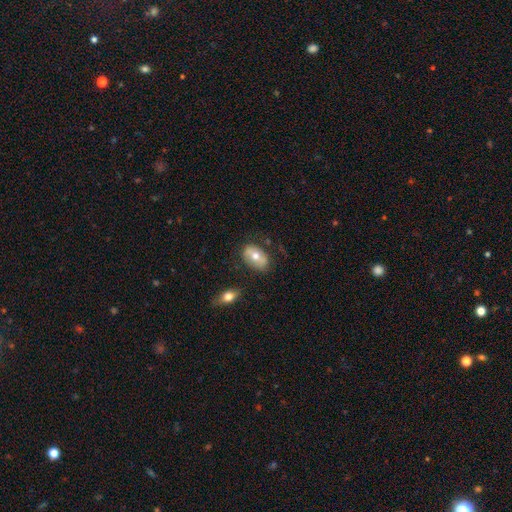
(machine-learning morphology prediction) Overall: smooth (58%; featured or disk 34%). How rounded: in between (87%). Merging: none (73%).